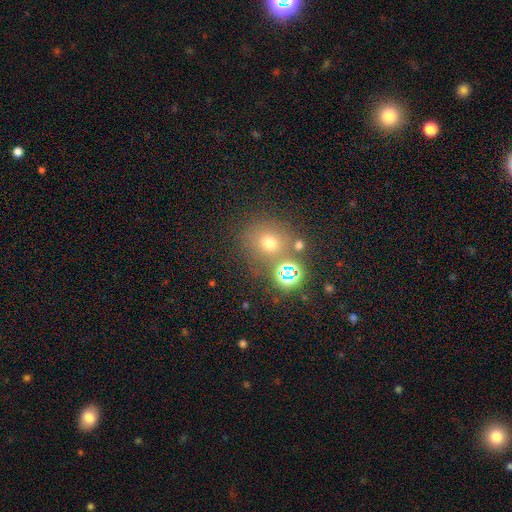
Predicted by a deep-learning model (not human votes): Smooth or featured? smooth (55%)
How rounded? round (82%)
Merging? none (58%)